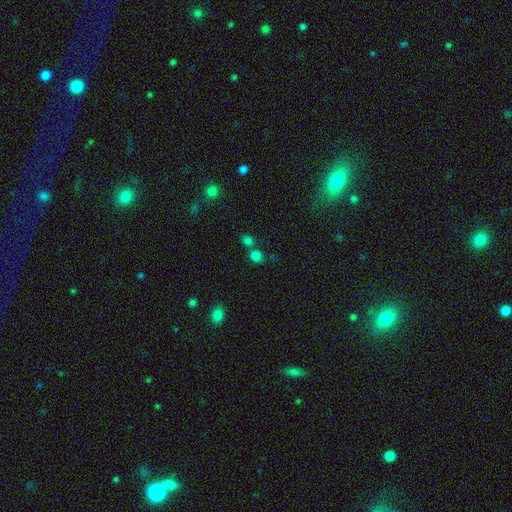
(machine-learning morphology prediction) The model was most divided on "merging": none: 61%, merger: 26%, minor disturbance: 9%, major disturbance: 4%. More confident: how rounded — round (78%); smooth or featured — smooth (75%).